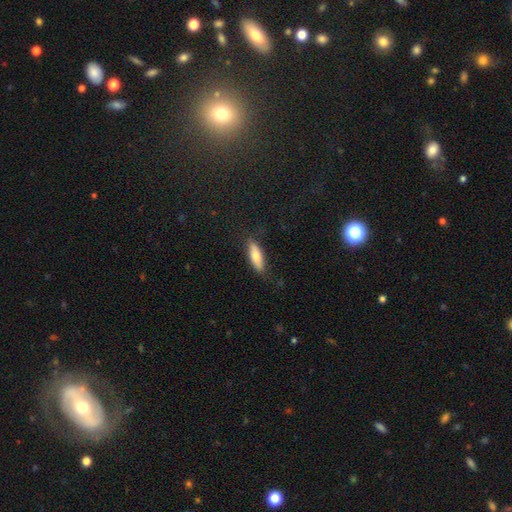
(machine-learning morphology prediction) A smooth galaxy with no disk features (73%) that is in between round and cigar-shaped (52%). Merging: none (80%).